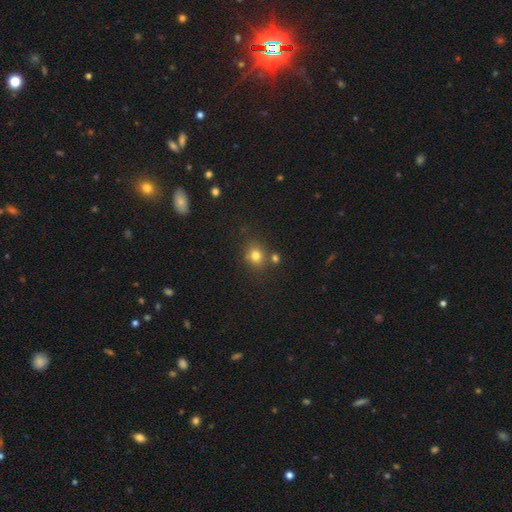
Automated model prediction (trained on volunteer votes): Smooth or featured?
  - smooth: 78% *
  - star or artifact: 14%
  - featured or disk: 8%
How rounded?
  - round: 72% *
  - in between: 27%
  - cigar-shaped: 1%
Merging?
  - none: 71% *
  - merger: 13%
  - minor disturbance: 12%
  - major disturbance: 4%